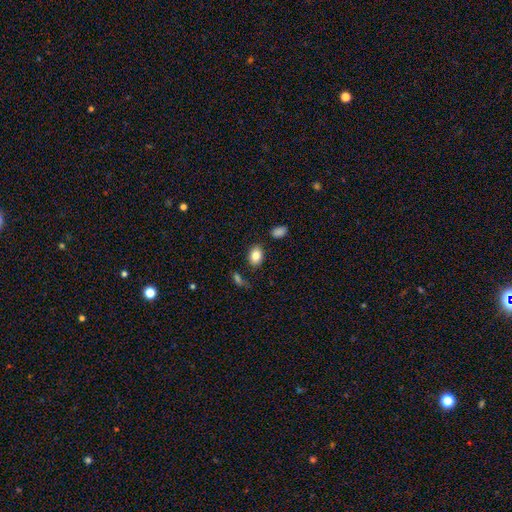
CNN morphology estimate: smooth-or-featured: smooth: 85% | star or artifact: 8% | featured or disk: 7%
  how-rounded: in between: 80% | round: 19% | cigar-shaped: 1%
  merging: none: 82% | minor disturbance: 11% | merger: 4% | major disturbance: 3%